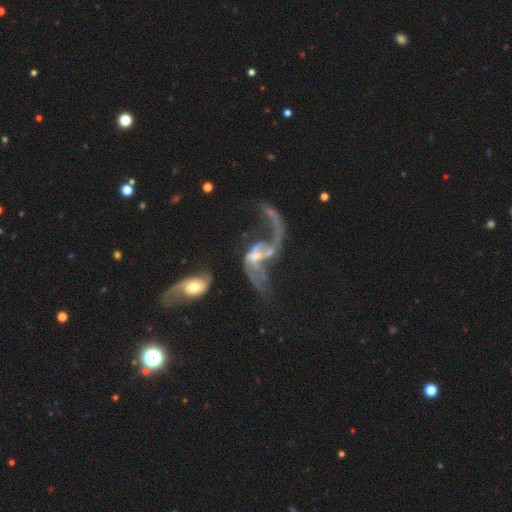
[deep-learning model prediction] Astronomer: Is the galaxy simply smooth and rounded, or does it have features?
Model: featured or disk — 80%.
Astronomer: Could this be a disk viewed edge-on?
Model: no — 96%.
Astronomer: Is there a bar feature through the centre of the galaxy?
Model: no — 51% (runner-up: weak, 34%).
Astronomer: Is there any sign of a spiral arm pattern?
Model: yes — 74%.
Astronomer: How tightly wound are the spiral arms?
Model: loose — 83%.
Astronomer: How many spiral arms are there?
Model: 2 — 58%.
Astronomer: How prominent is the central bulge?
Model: small — 45% (runner-up: moderate, 36%).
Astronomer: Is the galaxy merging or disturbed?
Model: merger — 50% (runner-up: major disturbance, 30%).